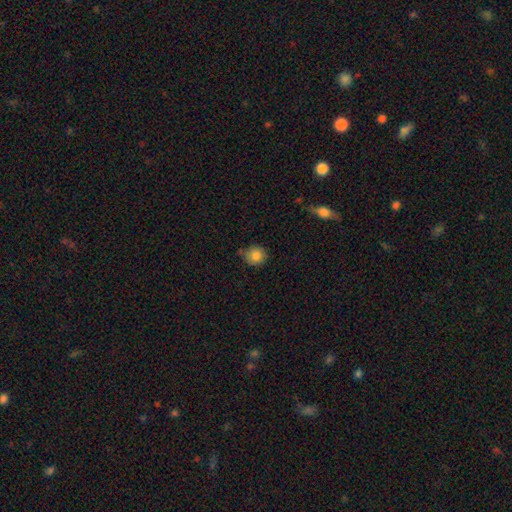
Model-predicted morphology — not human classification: smooth_or_featured: smooth (p=0.84) [alt: star or artifact p=0.09]
how_rounded: round (p=0.88) [alt: in between p=0.11]
merging: none (p=0.70) [alt: minor disturbance p=0.21]